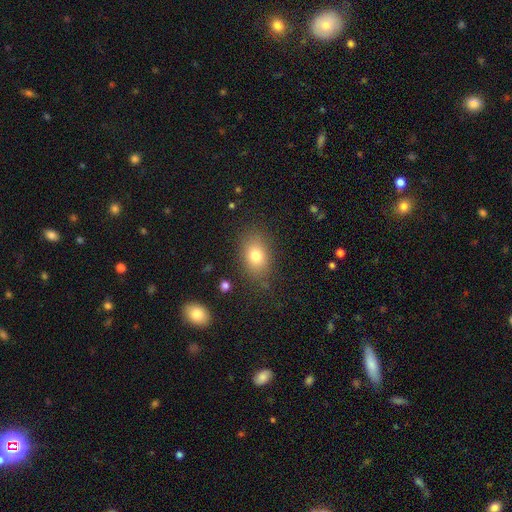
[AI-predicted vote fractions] This is likely a smooth galaxy (77%). How rounded: likely in between (77%). Merging: likely none (80%).